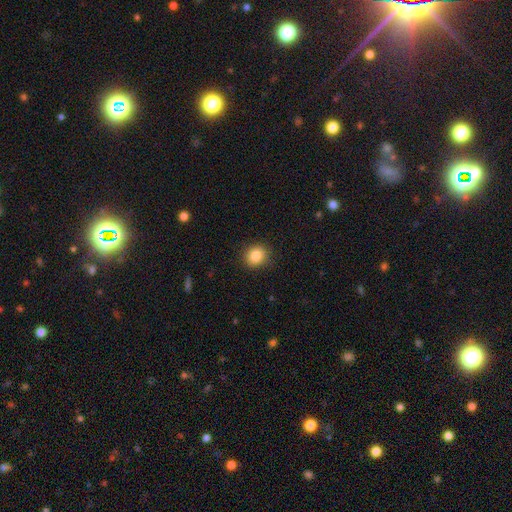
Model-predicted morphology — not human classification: smooth_or_featured: smooth (p=0.86) [alt: star or artifact p=0.10]
how_rounded: round (p=0.77) [alt: in between p=0.22]
merging: none (p=0.89) [alt: minor disturbance p=0.08]